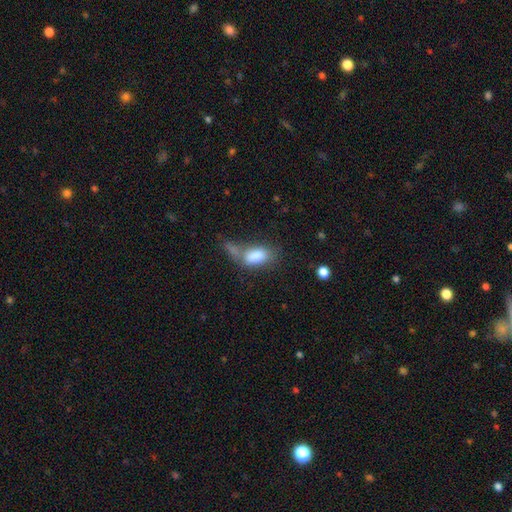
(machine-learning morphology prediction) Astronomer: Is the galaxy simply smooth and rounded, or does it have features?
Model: smooth — 80%.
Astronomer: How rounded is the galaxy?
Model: in between — 88%.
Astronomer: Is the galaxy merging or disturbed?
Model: merger — 36% (runner-up: none, 32%).